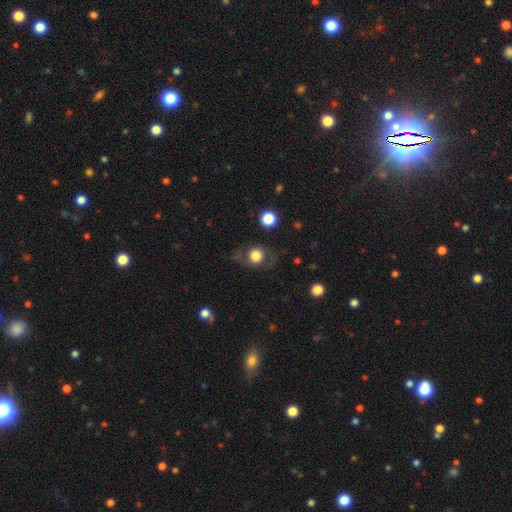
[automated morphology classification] Smooth or featured? smooth (60%)
How rounded? round (81%)
Merging? none (66%)